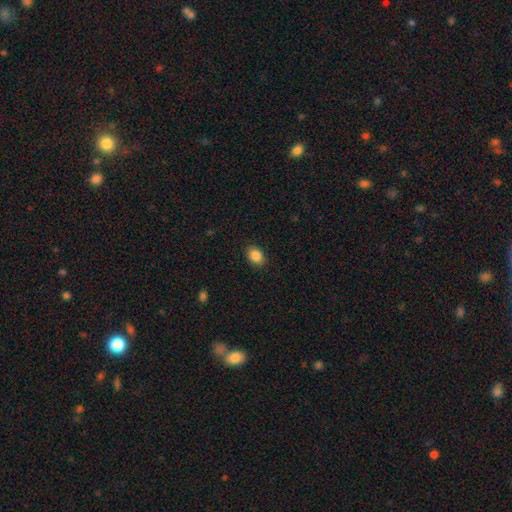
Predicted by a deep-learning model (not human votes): Smooth or featured? Predicted: smooth (p=0.88). How rounded? Predicted: in between (p=0.75). Merging? Predicted: none (p=0.88).